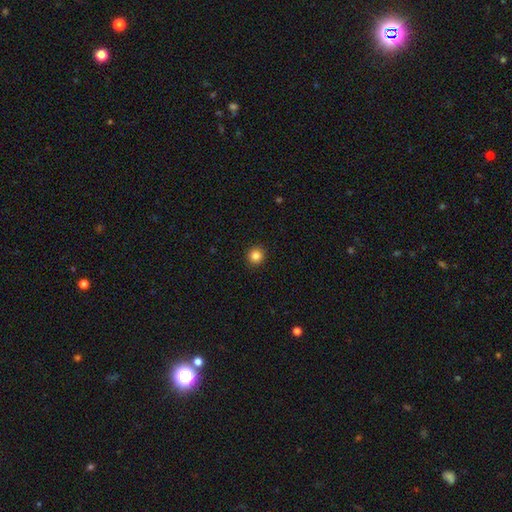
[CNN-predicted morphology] A smooth galaxy with no disk features (85%) that is round (93%).

Vote fractions:
- Smooth or featured? smooth: 85% / star or artifact: 11% / featured or disk: 4%
- How rounded? round: 93% / in between: 6% / cigar-shaped: 1%
- Merging? none: 93% / minor disturbance: 5% / major disturbance: 2% / merger: 1%